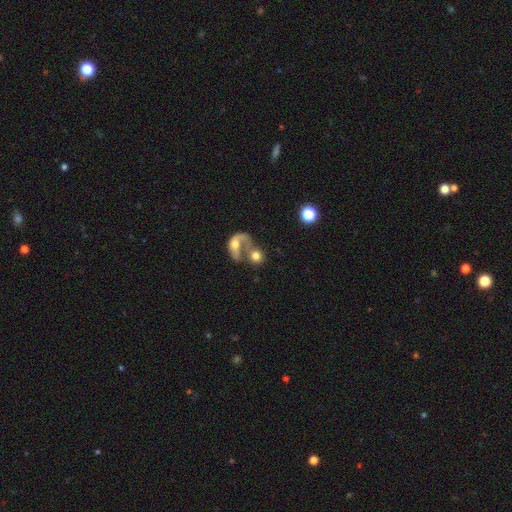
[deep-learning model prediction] A smooth galaxy with no disk features (59%) that is round (62%).

Vote fractions:
- Smooth or featured? smooth: 59% / featured or disk: 32% / star or artifact: 9%
- How rounded? round: 62% / in between: 36% / cigar-shaped: 2%
- Merging? merger: 65% / none: 15% / major disturbance: 14% / minor disturbance: 6%